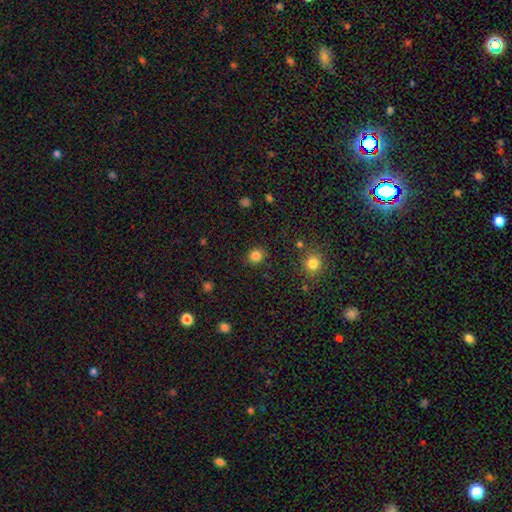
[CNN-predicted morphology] Q: Smooth or featured?
A: smooth (83%); runner-up: star or artifact (12%)
Q: How rounded?
A: round (82%); runner-up: in between (17%)
Q: Merging?
A: none (87%); runner-up: minor disturbance (8%)